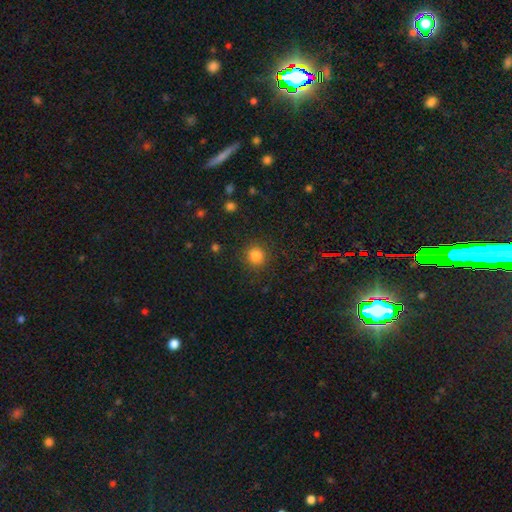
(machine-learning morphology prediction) Overall: smooth (84%). How rounded: round (91%). Merging: none (89%).